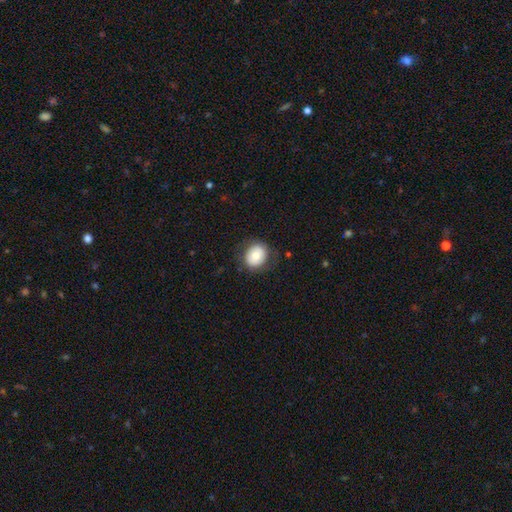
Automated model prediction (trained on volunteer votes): A smooth galaxy with no disk features (73%) that is round (70%). Merging: none (82%).